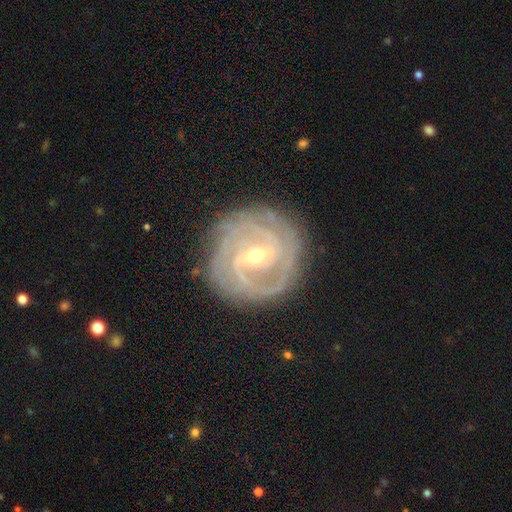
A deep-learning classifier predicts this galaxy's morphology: Q: Smooth or featured?
A: featured or disk (90%); runner-up: smooth (5%)
Q: Edge-on disk?
A: no (96%); runner-up: yes (4%)
Q: Bar?
A: weak (45%); runner-up: strong (42%)
Q: Spiral arms?
A: yes (97%); runner-up: no (3%)
Q: Spiral winding?
A: tight (66%); runner-up: medium (28%)
Q: Spiral arm count?
A: 2 (30%); runner-up: 3 (25%)
Q: Bulge size?
A: small (51%); runner-up: moderate (46%)
Q: Merging?
A: none (82%); runner-up: minor disturbance (12%)